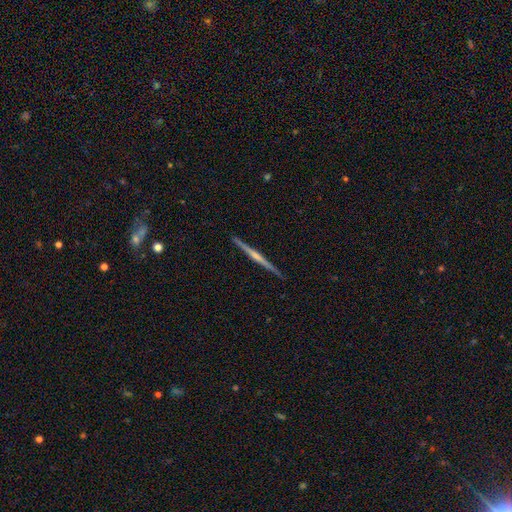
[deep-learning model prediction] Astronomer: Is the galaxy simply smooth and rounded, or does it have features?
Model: featured or disk — 74%.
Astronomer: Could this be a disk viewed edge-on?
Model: yes — 98%.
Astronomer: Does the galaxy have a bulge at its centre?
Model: rounded — 65%.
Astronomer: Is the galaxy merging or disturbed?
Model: none — 91%.